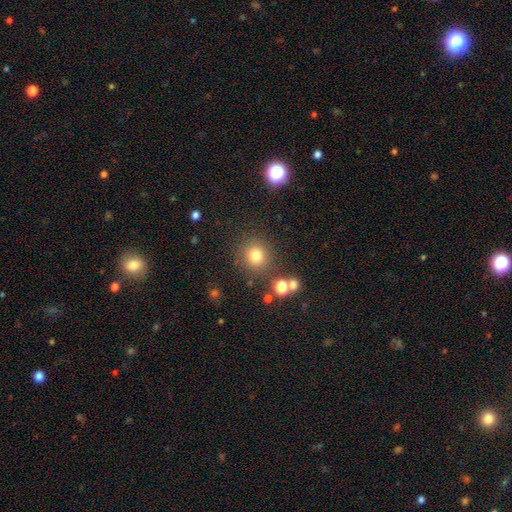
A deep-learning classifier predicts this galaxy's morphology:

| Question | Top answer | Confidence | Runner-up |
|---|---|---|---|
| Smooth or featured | smooth | 77% | star or artifact (15%) |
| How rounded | round | 91% | in between (9%) |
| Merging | none | 82% | minor disturbance (9%) |